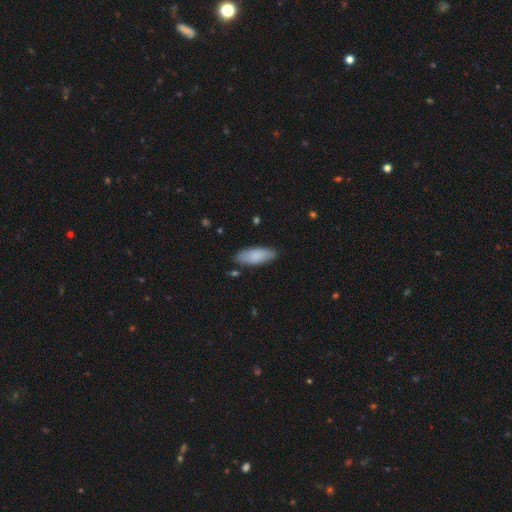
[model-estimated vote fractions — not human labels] A smooth galaxy with no disk features (85%) that is in between round and cigar-shaped (72%).

Vote fractions:
- Smooth or featured? smooth: 85% / featured or disk: 9% / star or artifact: 6%
- How rounded? in between: 72% / cigar-shaped: 26% / round: 2%
- Merging? none: 83% / minor disturbance: 13% / major disturbance: 2% / merger: 2%